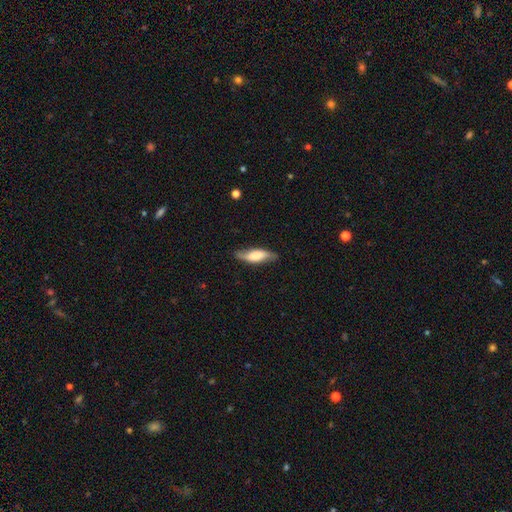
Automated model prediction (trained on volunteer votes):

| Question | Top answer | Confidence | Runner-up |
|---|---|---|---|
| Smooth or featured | smooth | 54% | featured or disk (39%) |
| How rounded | in between | 52% | cigar-shaped (45%) |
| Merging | none | 77% | minor disturbance (18%) |